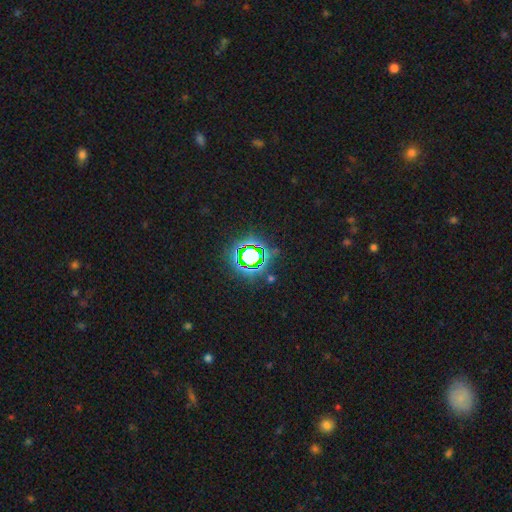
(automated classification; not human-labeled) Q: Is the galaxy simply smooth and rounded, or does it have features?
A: star or artifact — 79%.